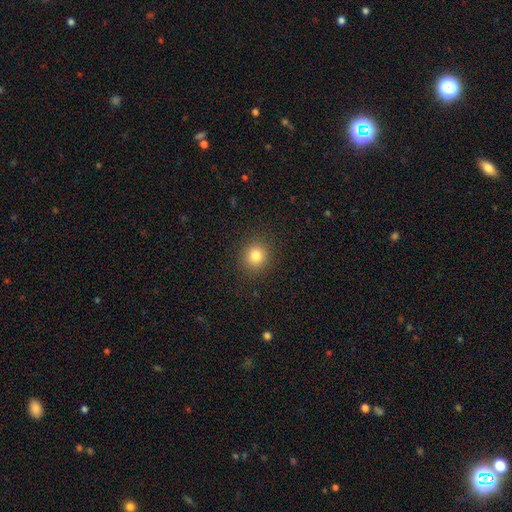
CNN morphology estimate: smooth_or_featured: smooth (p=0.82) [alt: star or artifact p=0.12]
how_rounded: round (p=0.86) [alt: in between p=0.13]
merging: none (p=0.89) [alt: minor disturbance p=0.07]